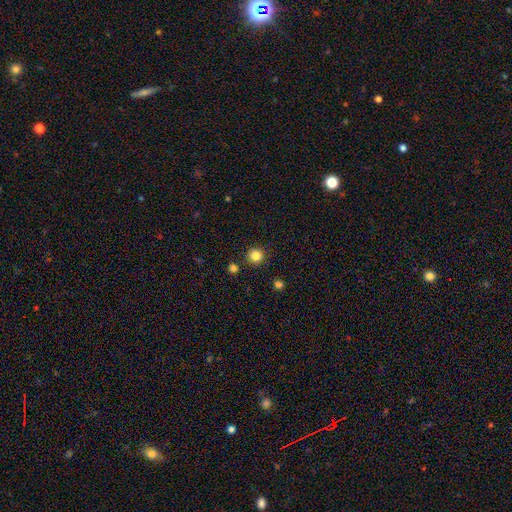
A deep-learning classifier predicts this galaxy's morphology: A smooth galaxy with no disk features (83%) that is round (95%). Merging: none (90%).